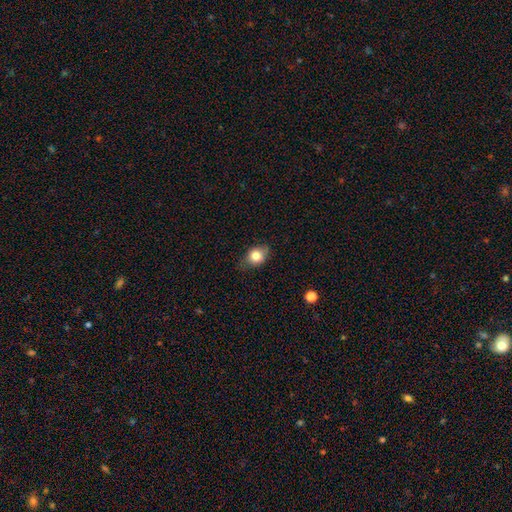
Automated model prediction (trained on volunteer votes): Q: Smooth or featured?
A: smooth (80%); runner-up: featured or disk (11%)
Q: How rounded?
A: in between (52%); runner-up: round (46%)
Q: Merging?
A: none (70%); runner-up: minor disturbance (24%)